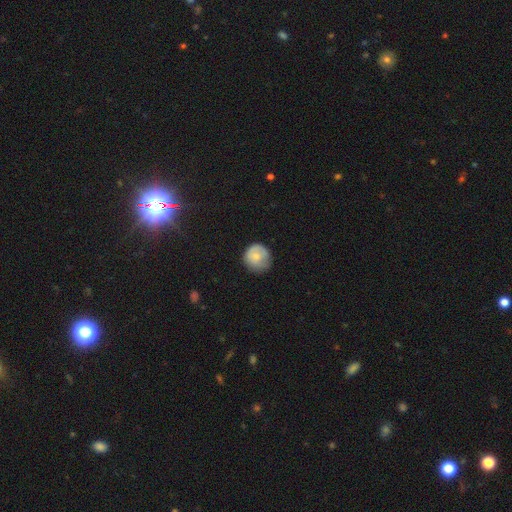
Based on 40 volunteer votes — smooth 70%, featured or disk 20%, star or artifact 10%. Down the decision tree: how rounded — round (89%); merging — none (86%).